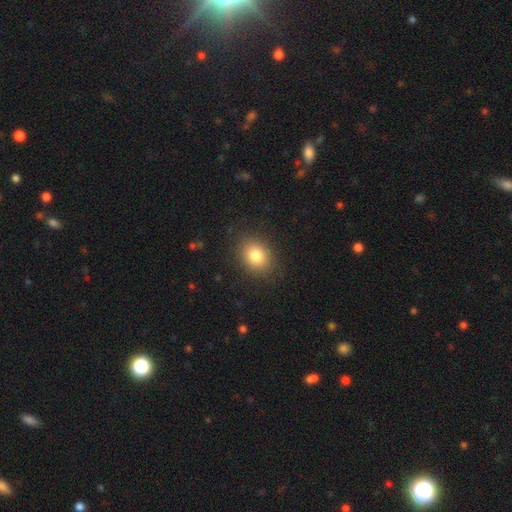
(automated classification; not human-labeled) This is clearly a smooth galaxy (82%). How rounded: possibly round (51%). Merging: clearly none (87%).